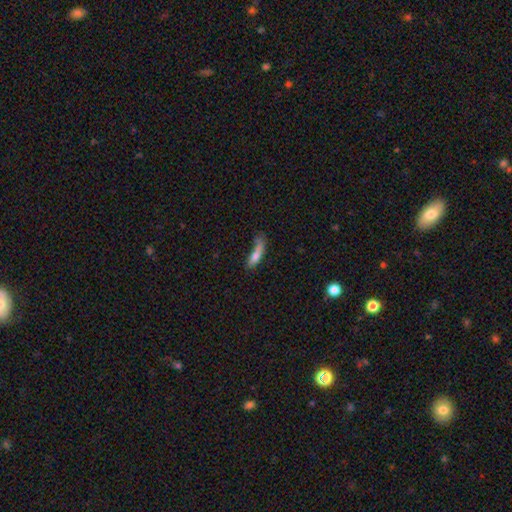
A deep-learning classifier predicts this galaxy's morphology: The model was most divided on "merging": none: 37%, minor disturbance: 26%, major disturbance: 24%, merger: 14%. More confident: smooth or featured — smooth (71%); how rounded — cigar-shaped (62%).